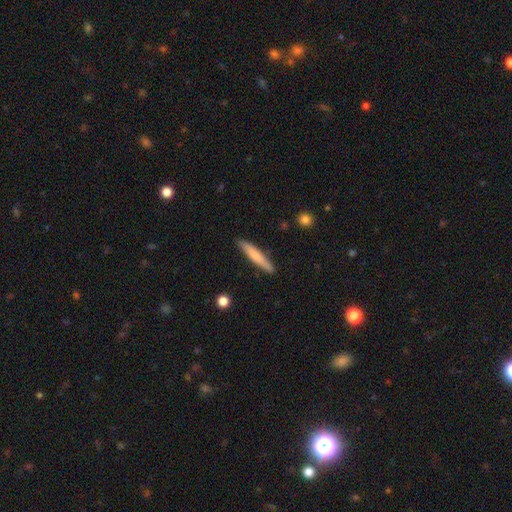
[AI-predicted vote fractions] Q: Smooth or featured?
A: smooth (72%); runner-up: featured or disk (22%)
Q: How rounded?
A: cigar-shaped (93%); runner-up: in between (6%)
Q: Merging?
A: none (89%); runner-up: minor disturbance (8%)